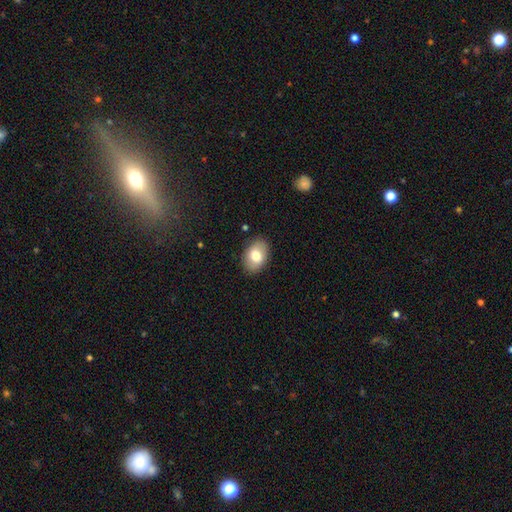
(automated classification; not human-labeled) Smooth or featured?
  - smooth: 77% *
  - featured or disk: 16%
  - star or artifact: 7%
How rounded?
  - in between: 85% *
  - round: 14%
  - cigar-shaped: 1%
Merging?
  - none: 87% *
  - minor disturbance: 10%
  - major disturbance: 3%
  - merger: 1%